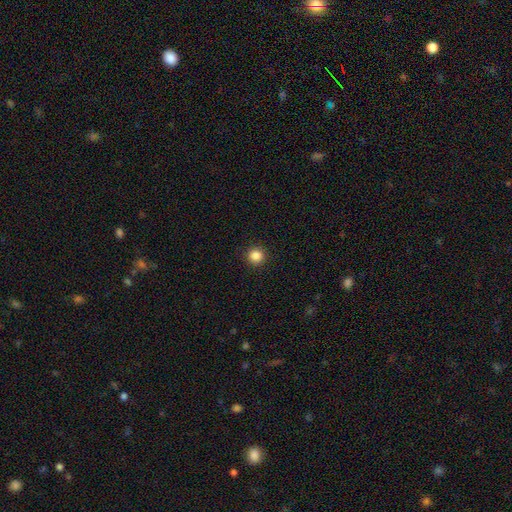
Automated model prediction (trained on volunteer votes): Morphology: type=smooth (85%); roundness=round (95%); merging=none (93%).